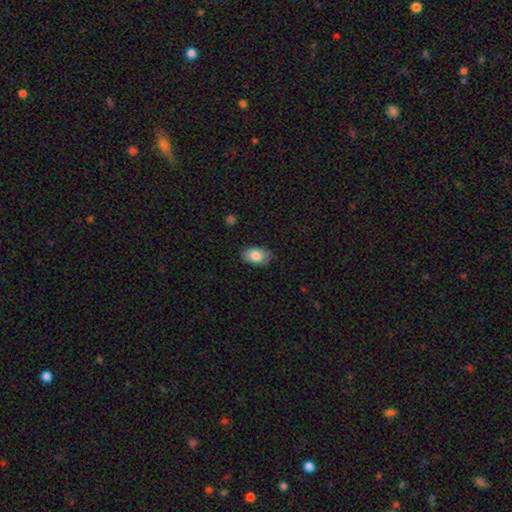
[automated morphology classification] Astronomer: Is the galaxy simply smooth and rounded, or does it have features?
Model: smooth — 84%.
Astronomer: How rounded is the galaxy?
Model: in between — 90%.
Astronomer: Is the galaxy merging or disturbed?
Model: none — 83%.